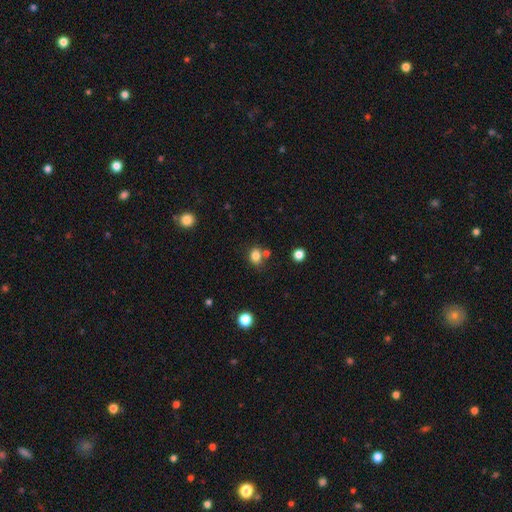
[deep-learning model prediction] smooth 81%, star or artifact 13%, featured or disk 6%. Down the decision tree: how rounded — round (52%); merging — none (64%).